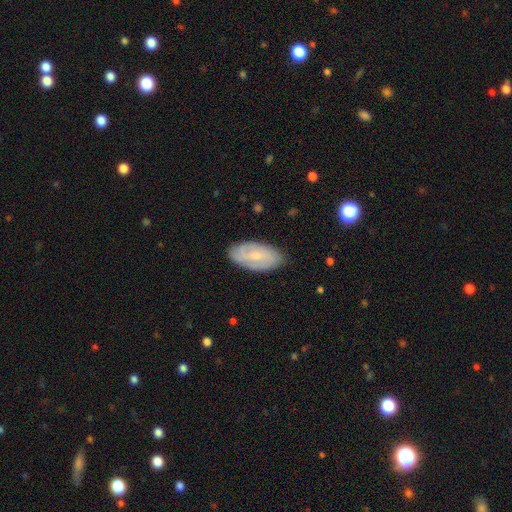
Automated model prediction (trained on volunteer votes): Smooth or featured? featured or disk (52%)
Edge-on disk? no (92%)
Merging? none (83%)